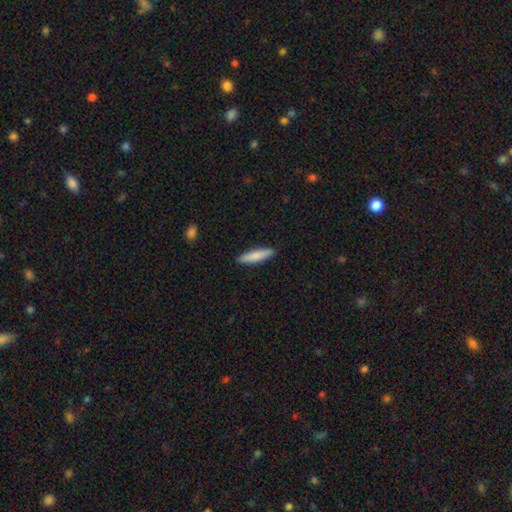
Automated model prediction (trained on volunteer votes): Smooth or featured? Predicted: smooth (p=0.81). How rounded? Predicted: cigar-shaped (p=0.81). Merging? Predicted: none (p=0.90).